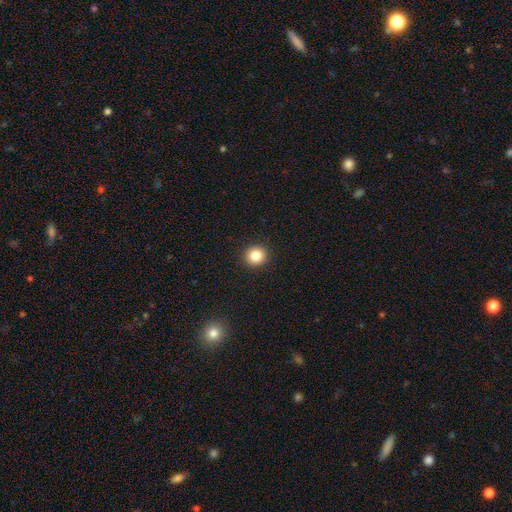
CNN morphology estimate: Q: Smooth or featured?
A: smooth (85%); runner-up: star or artifact (11%)
Q: How rounded?
A: round (91%); runner-up: in between (8%)
Q: Merging?
A: none (93%); runner-up: minor disturbance (5%)